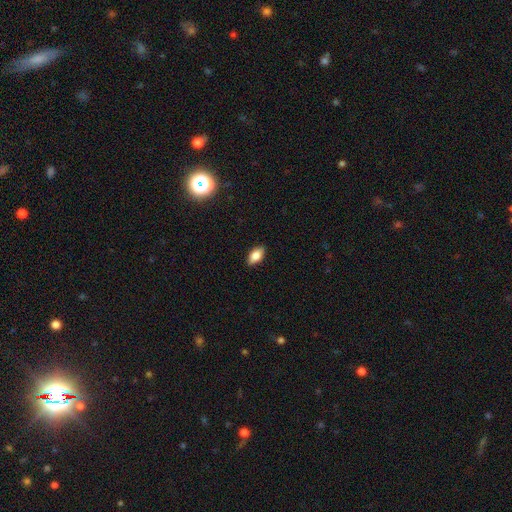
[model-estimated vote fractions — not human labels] smooth-or-featured: smooth: 79% | featured or disk: 14% | star or artifact: 8%
  how-rounded: in between: 88% | cigar-shaped: 7% | round: 4%
  merging: none: 88% | minor disturbance: 9% | major disturbance: 2% | merger: 1%